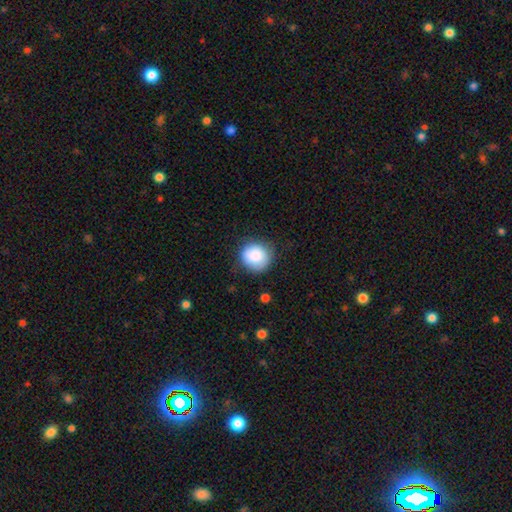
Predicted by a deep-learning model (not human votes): The model was most divided on "merging": none: 79%, minor disturbance: 15%, major disturbance: 4%, merger: 1%. More confident: how rounded — round (89%); smooth or featured — smooth (86%).